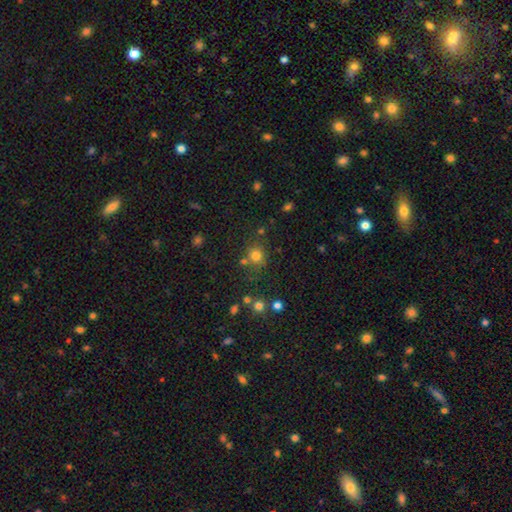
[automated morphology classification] smooth_or_featured: smooth (p=0.75) [alt: star or artifact p=0.17]
how_rounded: round (p=0.84) [alt: in between p=0.15]
merging: none (p=0.71) [alt: merger p=0.13]